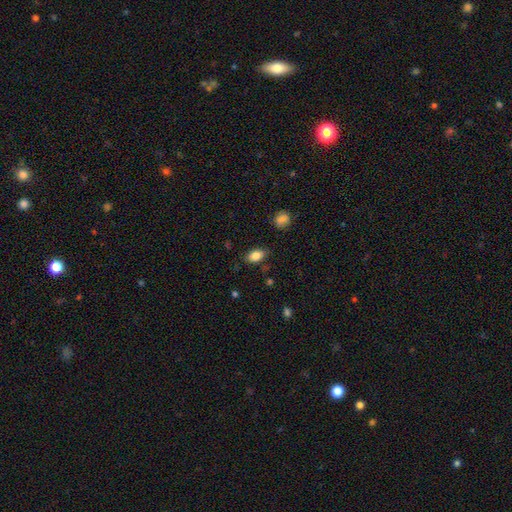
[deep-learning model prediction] smooth-or-featured: smooth: 84% | star or artifact: 8% | featured or disk: 8%
  how-rounded: in between: 88% | round: 9% | cigar-shaped: 3%
  merging: none: 82% | minor disturbance: 13% | major disturbance: 3% | merger: 1%